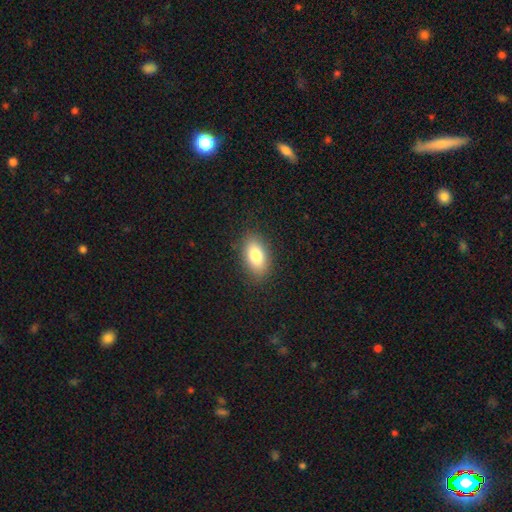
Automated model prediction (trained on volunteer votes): A smooth galaxy with no disk features (82%) that is in between round and cigar-shaped (91%). Merging: none (86%).